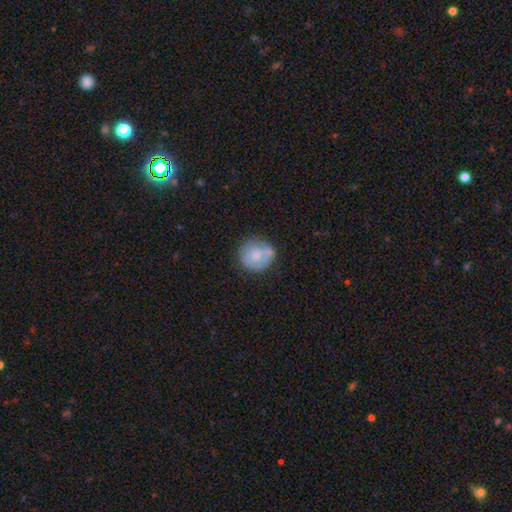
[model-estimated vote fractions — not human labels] A smooth galaxy with no disk features (59%) that is round (91%).

Vote fractions:
- Smooth or featured? smooth: 59% / featured or disk: 35% / star or artifact: 7%
- How rounded? round: 91% / in between: 8% / cigar-shaped: 1%
- Merging? none: 61% / minor disturbance: 20% / merger: 10% / major disturbance: 9%